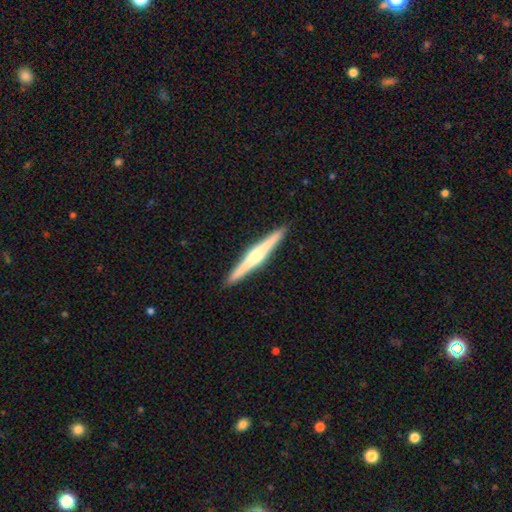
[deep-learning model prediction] smooth-or-featured: featured or disk: 68% | smooth: 27% | star or artifact: 5%
  disk-edge-on: yes: 98% | no: 2%
    edge-on-bulge: rounded: 76% | boxy: 12% | none: 12%
  merging: none: 92% | minor disturbance: 6% | major disturbance: 1% | merger: 1%